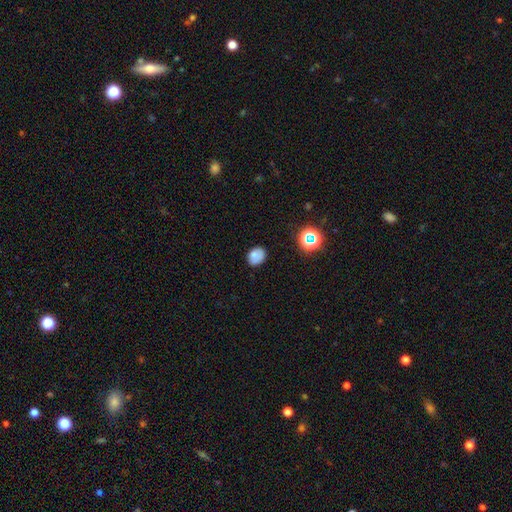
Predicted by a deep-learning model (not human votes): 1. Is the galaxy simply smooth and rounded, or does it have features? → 75% smooth, 14% star or artifact, 12% featured or disk.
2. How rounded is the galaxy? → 62% in between, 37% round, 1% cigar-shaped.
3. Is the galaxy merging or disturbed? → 73% none, 19% minor disturbance, 5% major disturbance, 3% merger.